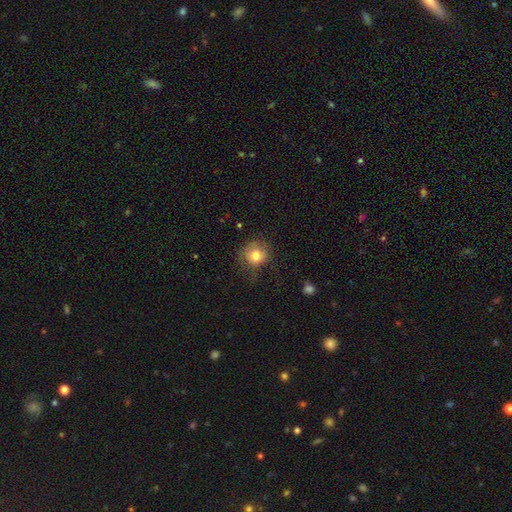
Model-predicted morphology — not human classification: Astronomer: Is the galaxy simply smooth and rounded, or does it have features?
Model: smooth — 79%.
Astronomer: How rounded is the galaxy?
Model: round — 83%.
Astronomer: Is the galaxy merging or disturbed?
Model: none — 64%.